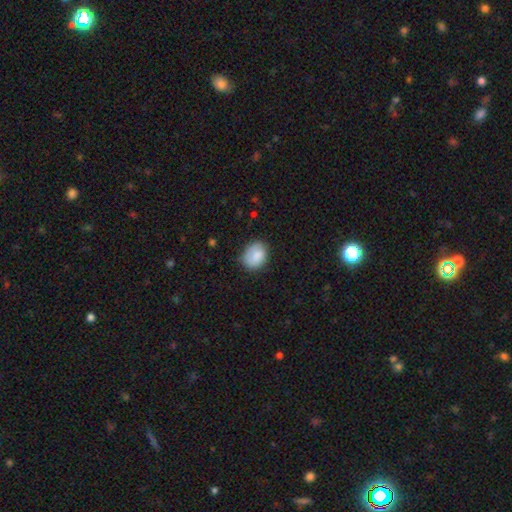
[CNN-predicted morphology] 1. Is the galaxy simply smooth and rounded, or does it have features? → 84% smooth, 9% featured or disk, 7% star or artifact.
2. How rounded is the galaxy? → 52% in between, 47% round, 1% cigar-shaped.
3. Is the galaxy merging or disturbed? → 71% none, 22% minor disturbance, 5% major disturbance, 1% merger.